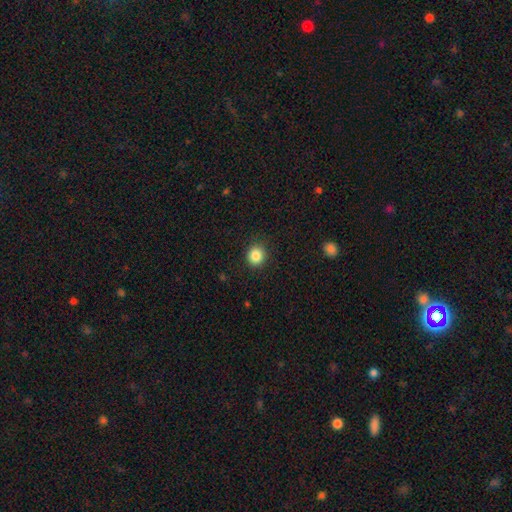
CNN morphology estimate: A smooth galaxy with no disk features (86%) that is round (83%).

Vote fractions:
- Smooth or featured? smooth: 86% / star or artifact: 10% / featured or disk: 4%
- How rounded? round: 83% / in between: 16% / cigar-shaped: 1%
- Merging? none: 88% / minor disturbance: 8% / major disturbance: 2% / merger: 1%